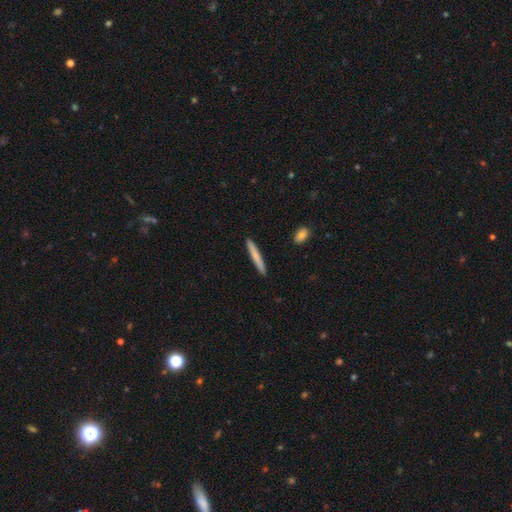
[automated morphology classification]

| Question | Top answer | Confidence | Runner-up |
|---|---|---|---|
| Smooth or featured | smooth | 74% | featured or disk (20%) |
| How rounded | cigar-shaped | 96% | in between (3%) |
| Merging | none | 92% | minor disturbance (5%) |